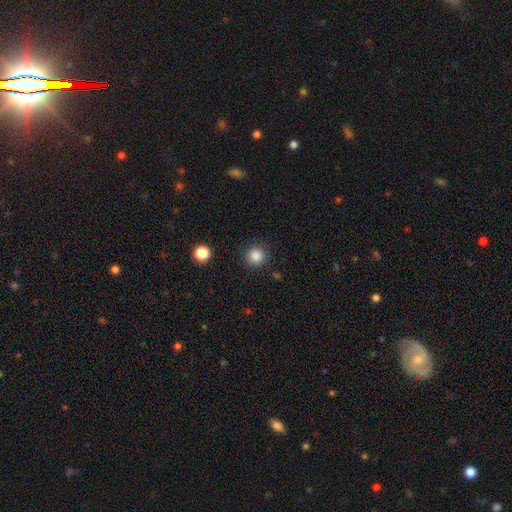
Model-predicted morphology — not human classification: Q: Smooth or featured?
A: smooth (86%); runner-up: star or artifact (11%)
Q: How rounded?
A: round (94%); runner-up: in between (5%)
Q: Merging?
A: none (90%); runner-up: minor disturbance (6%)